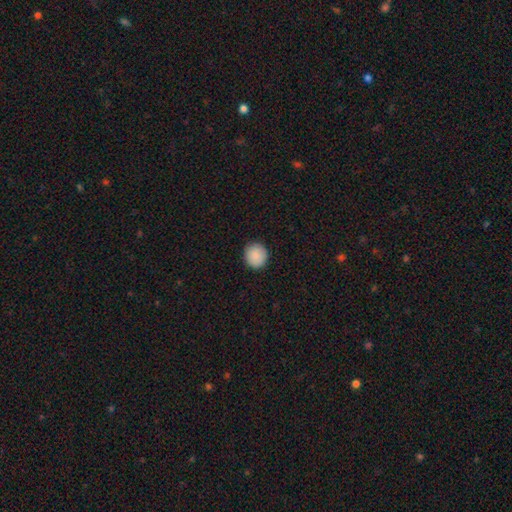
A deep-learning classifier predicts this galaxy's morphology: A smooth galaxy with no disk features (90%) that is round (92%). Merging: none (92%).